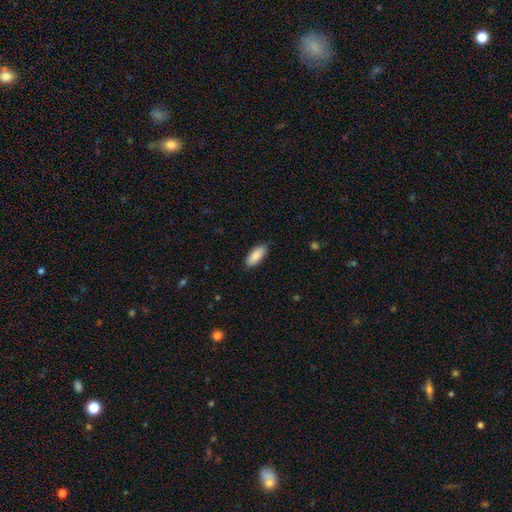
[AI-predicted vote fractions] The model was most divided on "merging": none: 83%, minor disturbance: 14%, major disturbance: 2%, merger: 1%. More confident: smooth or featured — smooth (88%); how rounded — in between (87%).